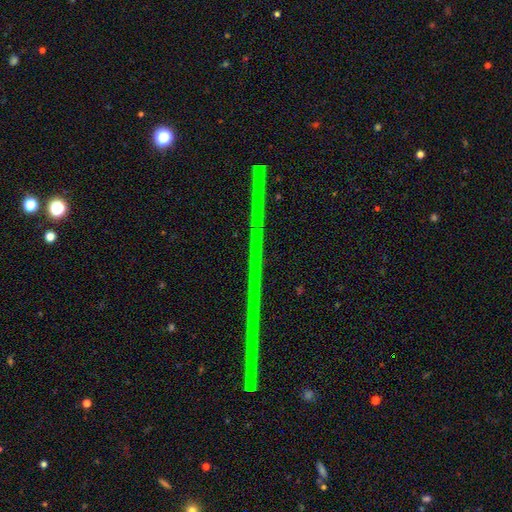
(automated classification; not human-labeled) A star or artifact, not a galaxy (74%).